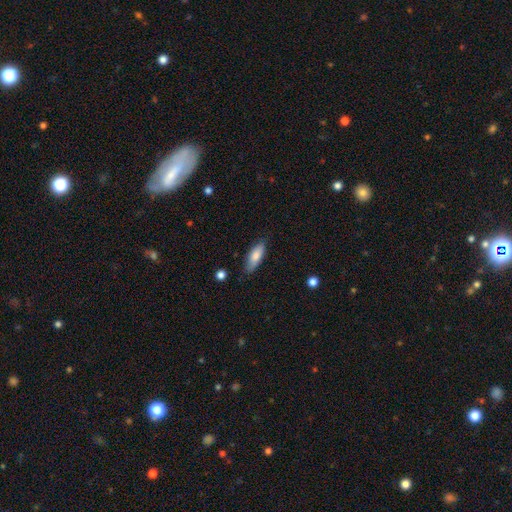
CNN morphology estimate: Smooth or featured? Predicted: smooth (p=0.80). How rounded? Predicted: in between (p=0.67). Merging? Predicted: none (p=0.79).